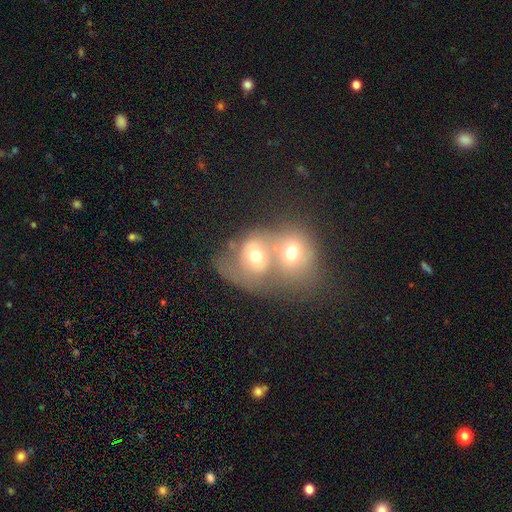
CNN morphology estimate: Overall: smooth (58%; featured or disk 30%). How rounded: round (66%; in between 33%). Merging: merger (72%).